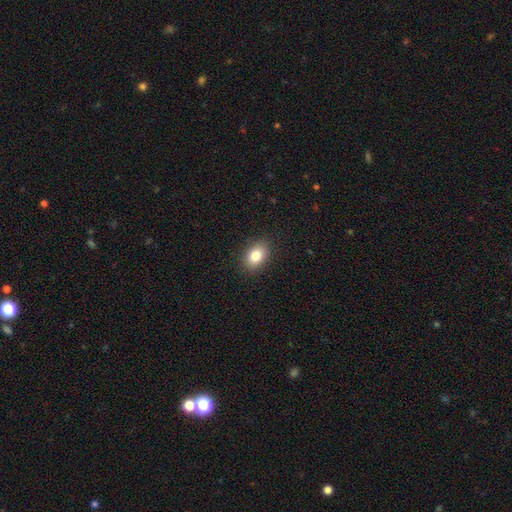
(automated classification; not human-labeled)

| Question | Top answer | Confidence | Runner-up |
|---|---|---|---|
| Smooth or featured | smooth | 83% | star or artifact (9%) |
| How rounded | in between | 81% | round (18%) |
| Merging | none | 88% | minor disturbance (9%) |